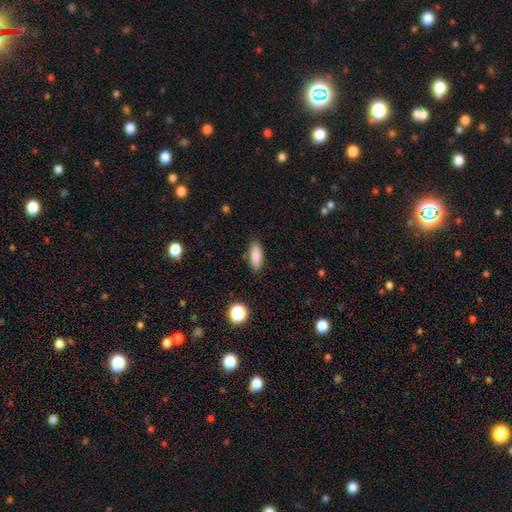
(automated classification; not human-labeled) A smooth galaxy with no disk features (84%) that is in between round and cigar-shaped (69%). Merging: none (87%).